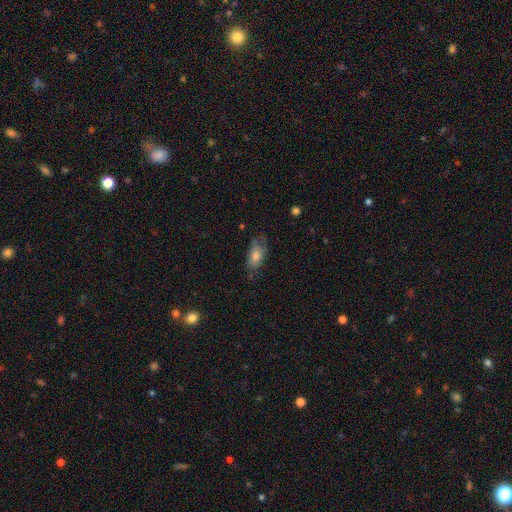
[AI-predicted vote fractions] Overall: smooth (61%; featured or disk 29%). How rounded: in between (82%). Merging: none (61%; minor disturbance 26%).